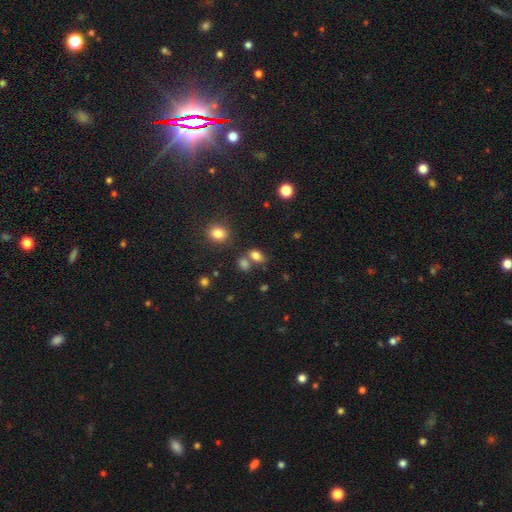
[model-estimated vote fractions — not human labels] A smooth galaxy with no disk features (79%) that is in between round and cigar-shaped (81%). Merging: none (57%).